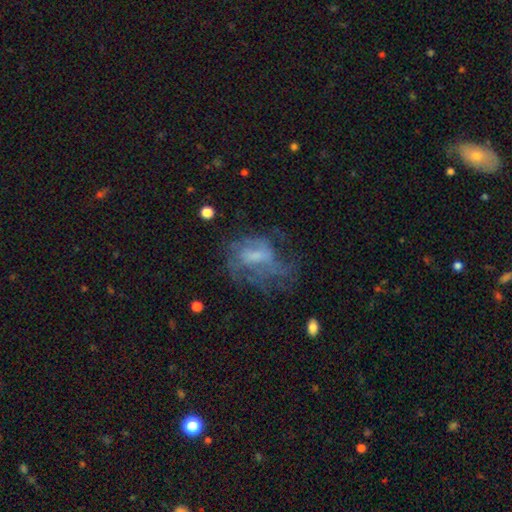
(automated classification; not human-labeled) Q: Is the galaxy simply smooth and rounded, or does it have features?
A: featured or disk — 59%.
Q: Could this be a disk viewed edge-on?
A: no — 96%.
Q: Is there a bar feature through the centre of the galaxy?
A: no — 45%.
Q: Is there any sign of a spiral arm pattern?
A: yes — 52%.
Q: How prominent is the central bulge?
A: small — 35%.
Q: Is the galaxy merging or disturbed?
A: none — 38%, tied with major disturbance.